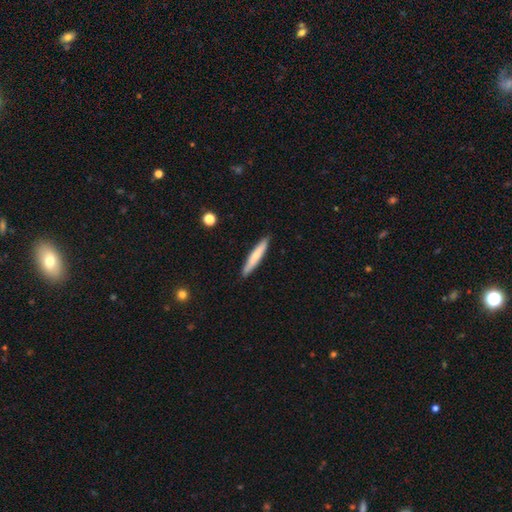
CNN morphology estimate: This appears to be a smooth galaxy with no disk features (73%) that is cigar-shaped (93%). Merging: none (90%).